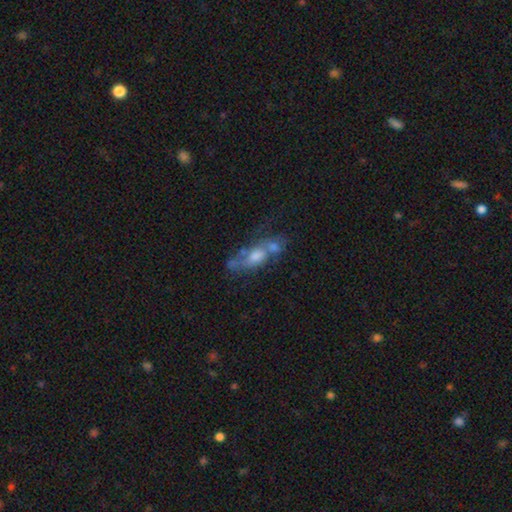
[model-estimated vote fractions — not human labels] The model was most divided on "merging" (2-way tie): merger: 34%, none: 34%, minor disturbance: 17%, major disturbance: 15%. More confident: edge-on disk — no (71%); smooth or featured — featured or disk (54%).